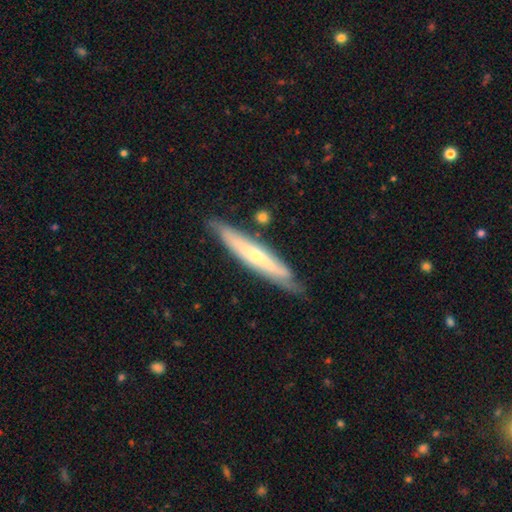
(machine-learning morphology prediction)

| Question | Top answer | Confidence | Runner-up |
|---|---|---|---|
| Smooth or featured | featured or disk | 63% | smooth (31%) |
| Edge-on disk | yes | 75% | no (25%) |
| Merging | none | 77% | minor disturbance (17%) |